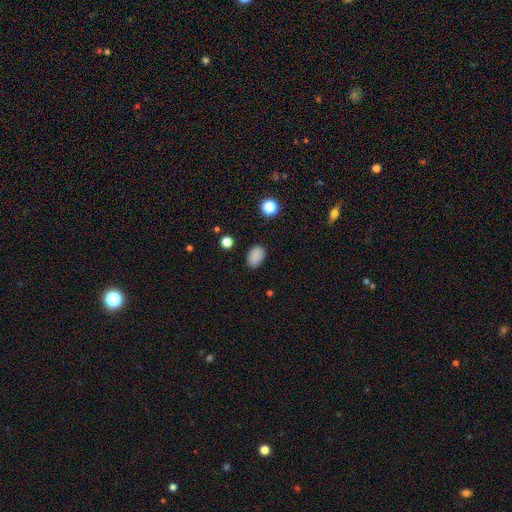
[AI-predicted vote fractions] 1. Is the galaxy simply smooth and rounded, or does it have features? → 86% smooth, 11% star or artifact, 4% featured or disk.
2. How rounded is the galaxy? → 86% in between, 13% round, 1% cigar-shaped.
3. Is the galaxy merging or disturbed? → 83% none, 13% minor disturbance, 3% major disturbance, 1% merger.